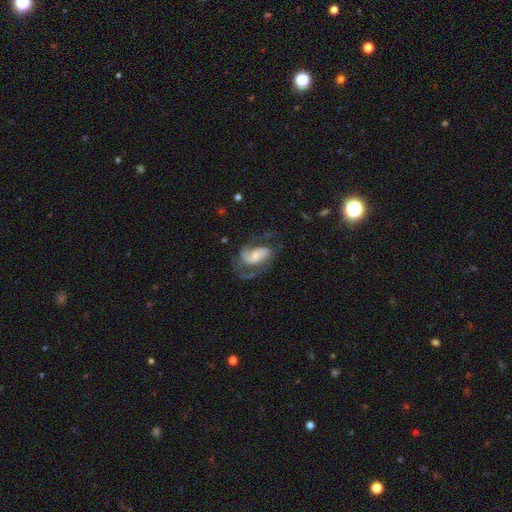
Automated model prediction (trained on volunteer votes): Smooth or featured? Predicted: featured or disk (p=0.77). Edge-on disk? Predicted: no (p=0.97). Bar? Predicted: no (p=0.43). Spiral arms? Predicted: yes (p=0.91). Spiral winding? Predicted: medium (p=0.49). Spiral arm count? Predicted: 2 (p=0.66). Bulge size? Predicted: small (p=0.40). Merging? Predicted: none (p=0.48).